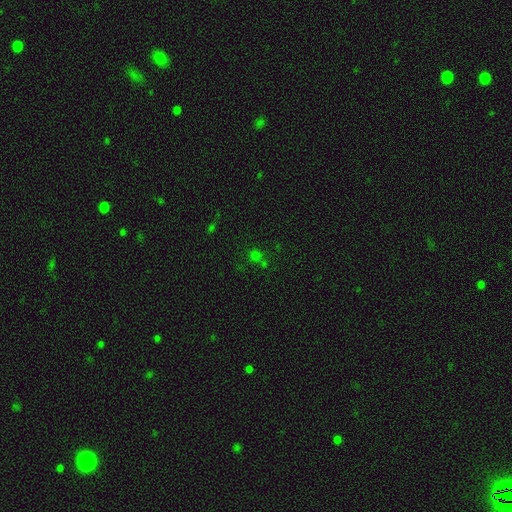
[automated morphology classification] Smooth or featured?
  - smooth: 54% *
  - star or artifact: 39%
  - featured or disk: 8%
How rounded?
  - round: 87% *
  - in between: 12%
  - cigar-shaped: 1%
Merging?
  - none: 64% *
  - merger: 21%
  - minor disturbance: 10%
  - major disturbance: 5%